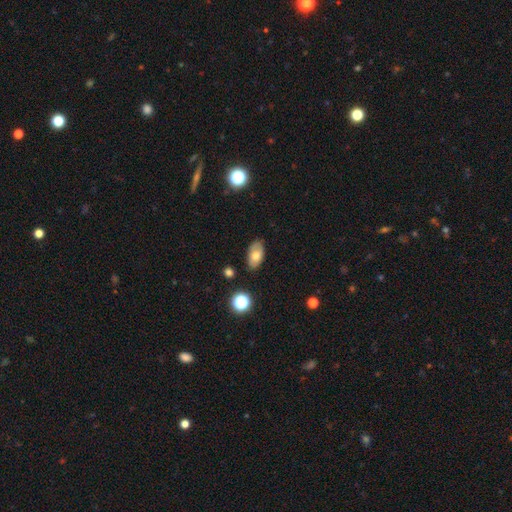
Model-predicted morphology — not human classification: The model was most divided on "smooth or featured": smooth: 69%, featured or disk: 22%, star or artifact: 9%. More confident: how rounded — in between (91%); merging — none (80%).